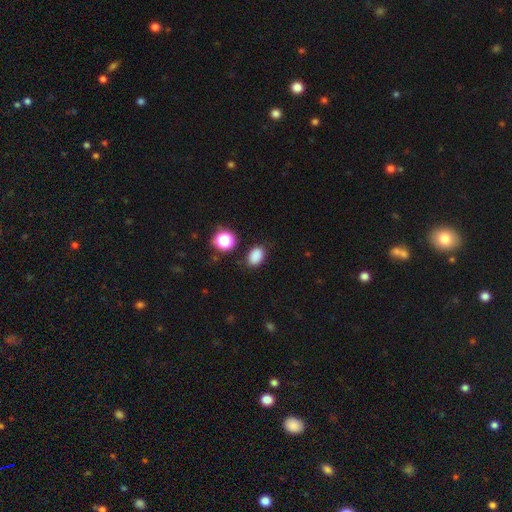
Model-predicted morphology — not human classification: A smooth galaxy with no disk features (85%) that is in between round and cigar-shaped (75%).

Vote fractions:
- Smooth or featured? smooth: 85% / star or artifact: 12% / featured or disk: 4%
- How rounded? in between: 75% / round: 24% / cigar-shaped: 1%
- Merging? none: 83% / minor disturbance: 11% / major disturbance: 3% / merger: 3%